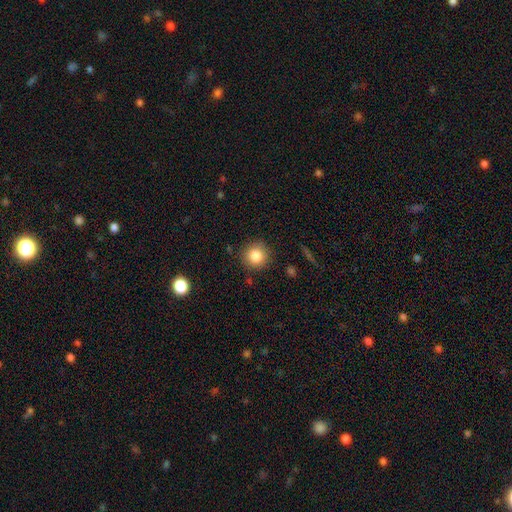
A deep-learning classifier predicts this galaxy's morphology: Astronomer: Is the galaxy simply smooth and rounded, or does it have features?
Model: smooth — 85%.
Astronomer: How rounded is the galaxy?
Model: round — 93%.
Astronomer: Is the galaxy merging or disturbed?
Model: none — 87%.